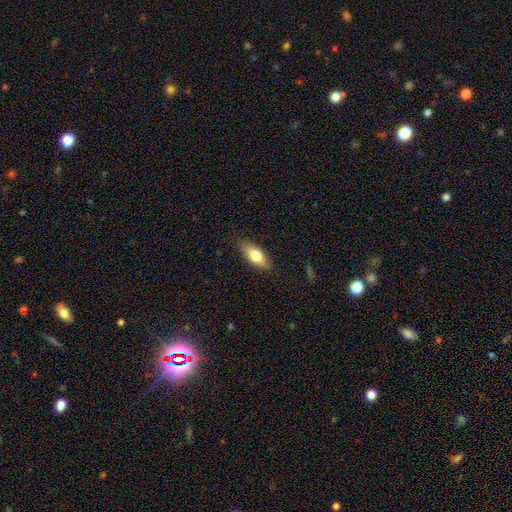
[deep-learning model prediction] Q: Smooth or featured?
A: smooth (75%); runner-up: featured or disk (18%)
Q: How rounded?
A: in between (76%); runner-up: cigar-shaped (21%)
Q: Merging?
A: none (83%); runner-up: minor disturbance (13%)